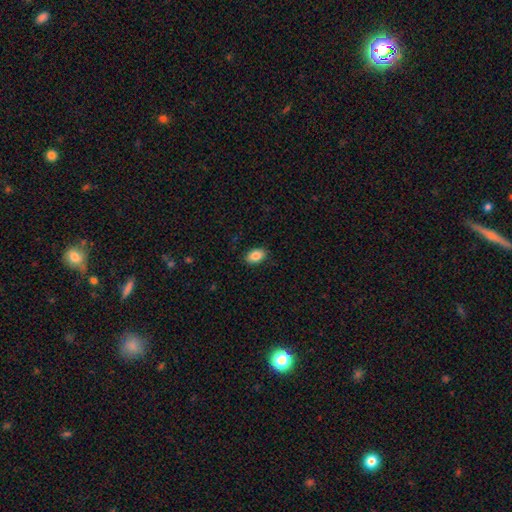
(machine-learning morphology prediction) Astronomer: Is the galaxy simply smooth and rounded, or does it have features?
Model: smooth — 86%.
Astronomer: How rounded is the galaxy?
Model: in between — 88%.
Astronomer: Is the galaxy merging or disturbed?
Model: none — 88%.